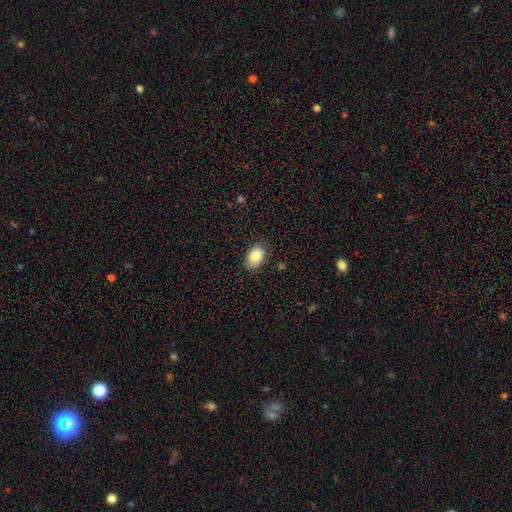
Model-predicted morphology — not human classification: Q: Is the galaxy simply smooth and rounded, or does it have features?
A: smooth — 85%.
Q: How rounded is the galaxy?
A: in between — 84%.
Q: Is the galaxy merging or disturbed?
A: none — 84%.